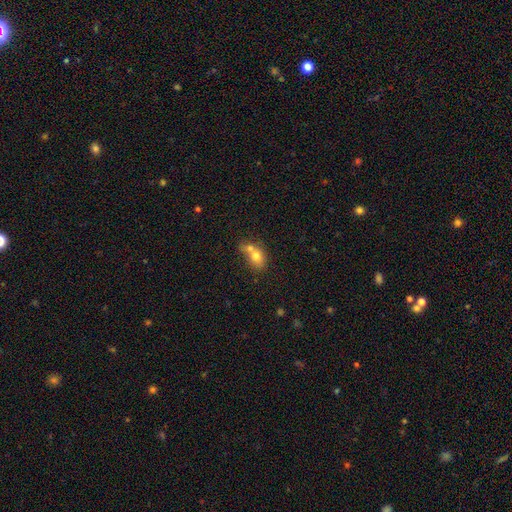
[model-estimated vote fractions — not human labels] smooth-or-featured: smooth: 72% | featured or disk: 17% | star or artifact: 11%
  how-rounded: in between: 53% | round: 46% | cigar-shaped: 2%
  merging: merger: 60% | none: 26% | minor disturbance: 9% | major disturbance: 4%